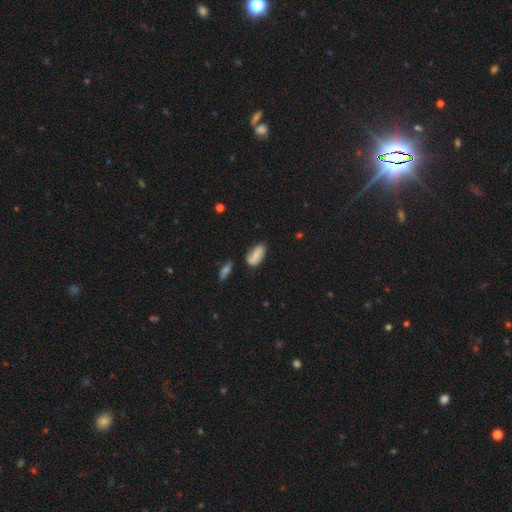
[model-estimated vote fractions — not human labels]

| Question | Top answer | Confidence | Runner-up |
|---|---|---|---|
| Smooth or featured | smooth | 72% | featured or disk (20%) |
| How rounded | in between | 89% | cigar-shaped (7%) |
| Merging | none | 61% | minor disturbance (23%) |